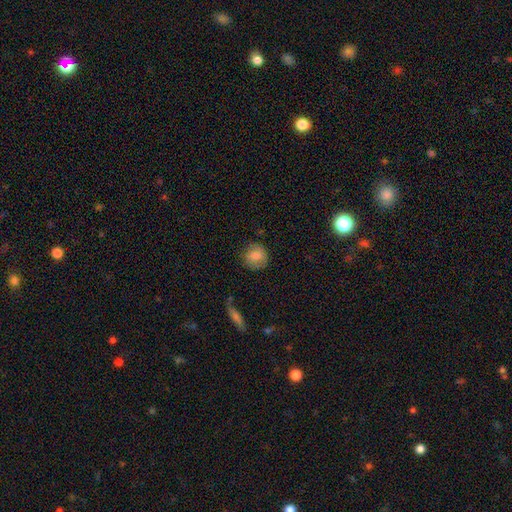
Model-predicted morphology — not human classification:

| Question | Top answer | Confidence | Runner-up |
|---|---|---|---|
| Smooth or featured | smooth | 79% | featured or disk (13%) |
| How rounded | round | 84% | in between (15%) |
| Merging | none | 76% | minor disturbance (17%) |